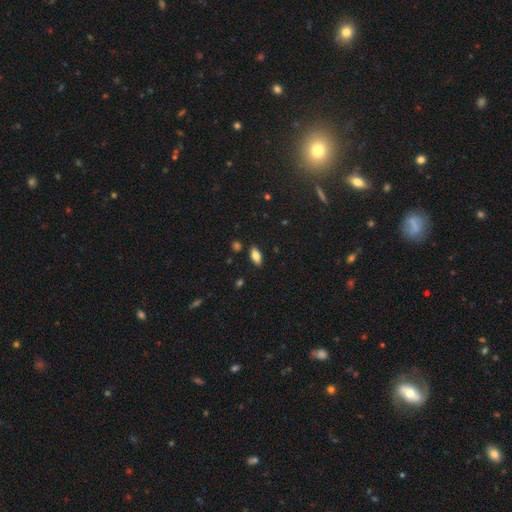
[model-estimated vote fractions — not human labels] Smooth or featured?
  - smooth: 77% *
  - featured or disk: 15%
  - star or artifact: 8%
How rounded?
  - in between: 87% *
  - cigar-shaped: 10%
  - round: 3%
Merging?
  - none: 87% *
  - minor disturbance: 9%
  - major disturbance: 2%
  - merger: 2%